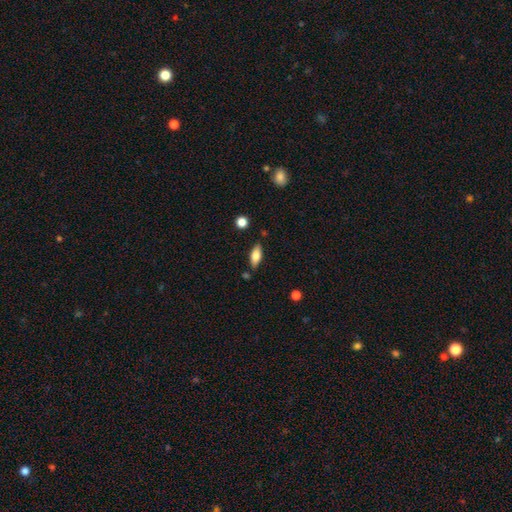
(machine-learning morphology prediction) smooth_or_featured: smooth (p=0.70) [alt: featured or disk p=0.22]
how_rounded: in between (p=0.76) [alt: cigar-shaped p=0.21]
merging: none (p=0.81) [alt: minor disturbance p=0.13]